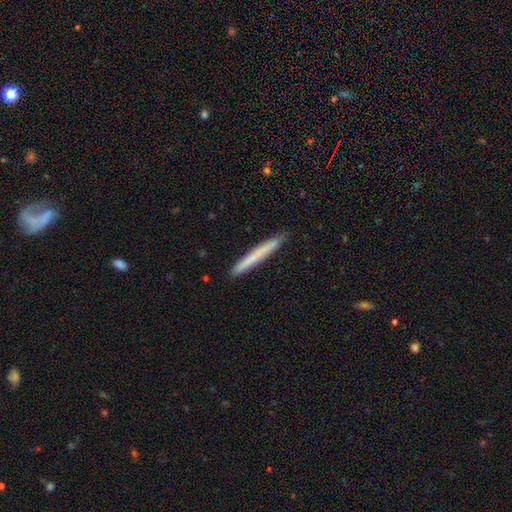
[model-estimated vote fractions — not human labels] A smooth galaxy with no disk features (66%) that is cigar-shaped (97%). Merging: none (91%).